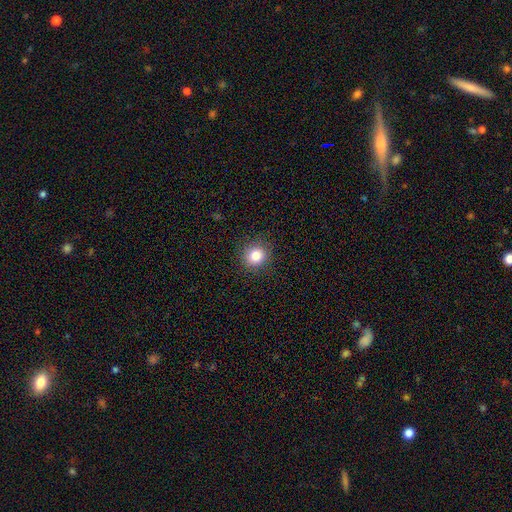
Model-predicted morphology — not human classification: Q: Smooth or featured?
A: smooth (83%); runner-up: star or artifact (11%)
Q: How rounded?
A: round (87%); runner-up: in between (12%)
Q: Merging?
A: none (89%); runner-up: minor disturbance (7%)